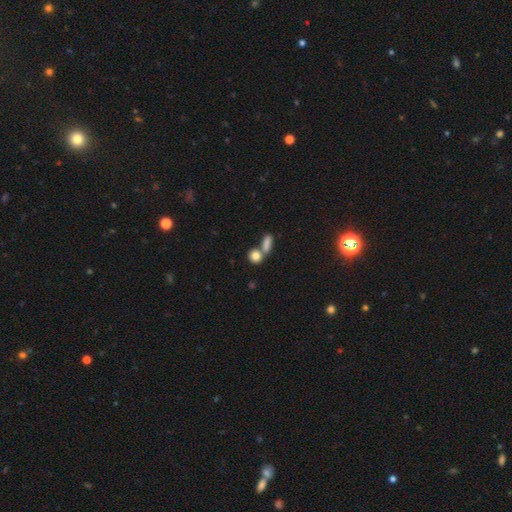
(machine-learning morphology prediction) Smooth or featured? Predicted: smooth (p=0.82). How rounded? Predicted: round (p=0.67). Merging? Predicted: none (p=0.50).